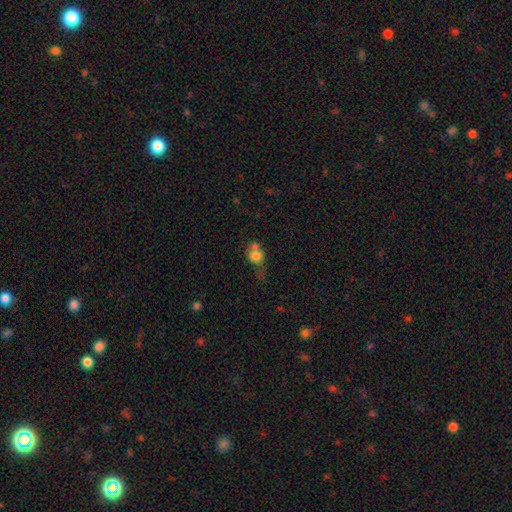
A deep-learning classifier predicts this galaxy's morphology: type=smooth (74%); roundness=round (66%); merging=merger (48%).